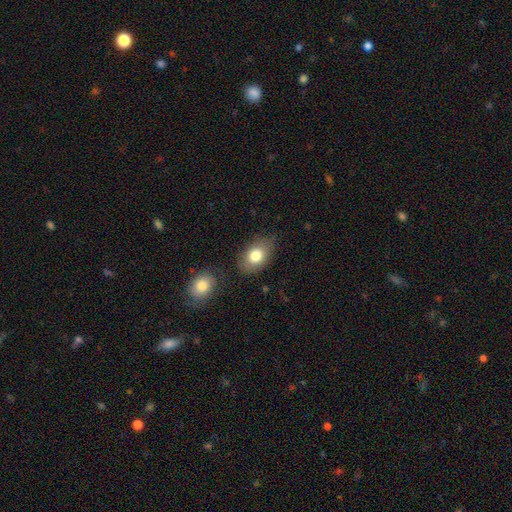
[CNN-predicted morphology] Smooth or featured? smooth (80%)
How rounded? in between (79%)
Merging? none (73%)